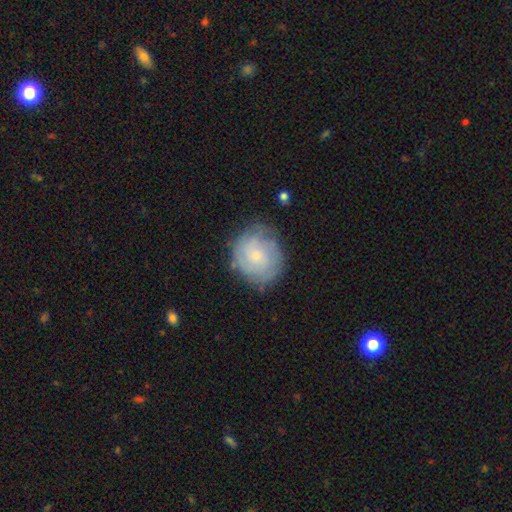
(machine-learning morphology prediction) smooth_or_featured: featured or disk (p=0.49) [alt: smooth p=0.44]
merging: none (p=0.71) [alt: minor disturbance p=0.20]